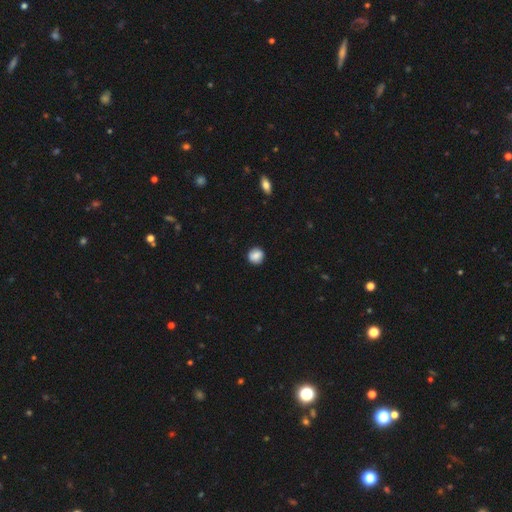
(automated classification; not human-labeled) This appears to be a smooth galaxy with no disk features (84%) that is round (89%). Merging: none (89%).